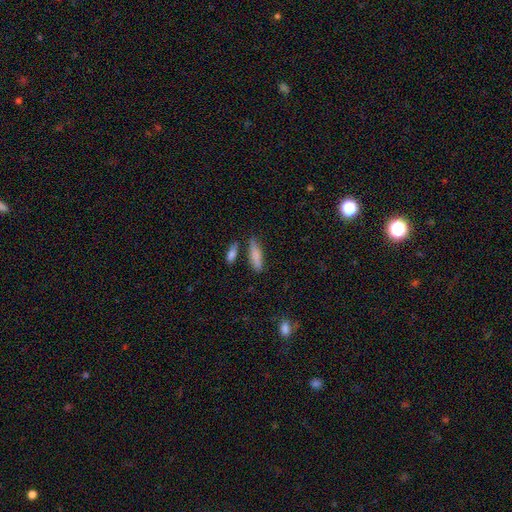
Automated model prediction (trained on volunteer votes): Smooth or featured? Predicted: smooth (p=0.82). How rounded? Predicted: cigar-shaped (p=0.65). Merging? Predicted: none (p=0.71).